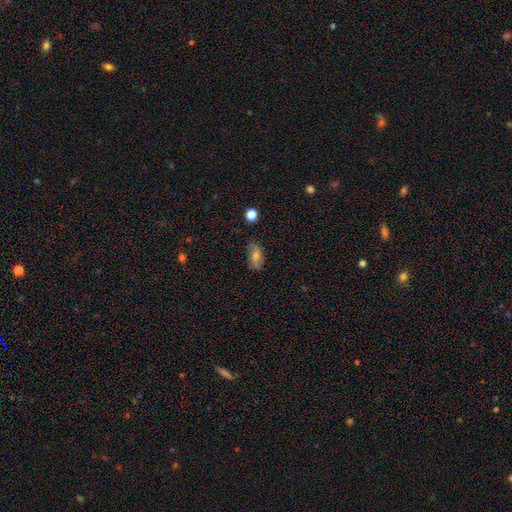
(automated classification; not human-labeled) The model was most divided on "smooth or featured": smooth: 60%, featured or disk: 30%, star or artifact: 10%. More confident: how rounded — in between (83%); merging — none (78%).